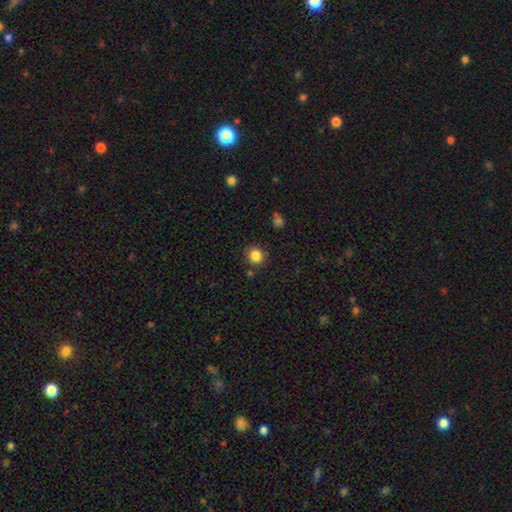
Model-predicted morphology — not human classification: A smooth galaxy with no disk features (84%) that is round (86%). Merging: none (83%).